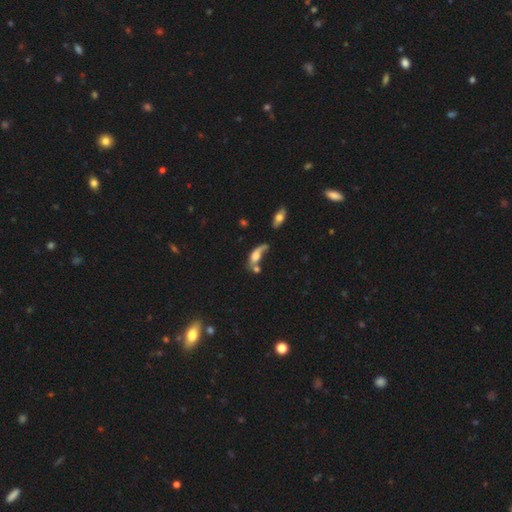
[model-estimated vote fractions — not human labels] A smooth galaxy with no disk features (56%) that is in between round and cigar-shaped (73%).

Vote fractions:
- Smooth or featured? smooth: 56% / featured or disk: 34% / star or artifact: 10%
- How rounded? in between: 73% / cigar-shaped: 16% / round: 12%
- Merging? merger: 37% / major disturbance: 26% / none: 22% / minor disturbance: 15%